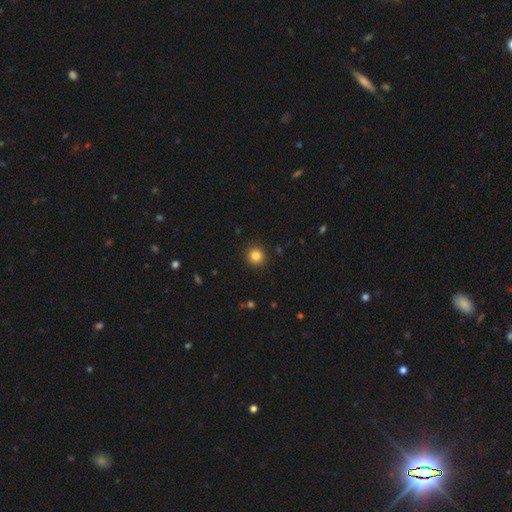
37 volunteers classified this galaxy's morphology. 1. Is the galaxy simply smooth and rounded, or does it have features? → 89% smooth, 5% featured or disk, 5% star or artifact.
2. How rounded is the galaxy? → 97% round, 3% in between, 0% cigar-shaped.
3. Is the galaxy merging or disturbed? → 91% none, 3% minor disturbance, 3% major disturbance, 3% merger.